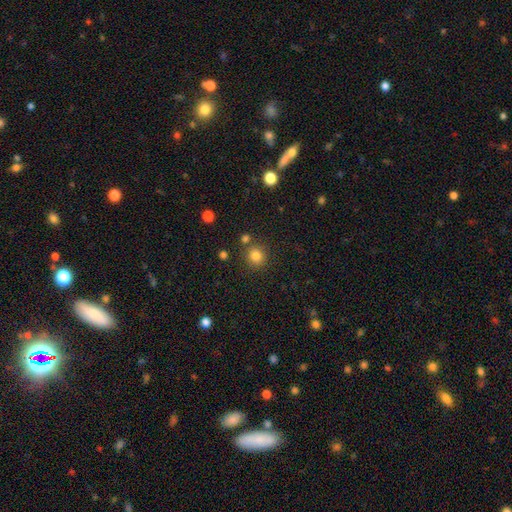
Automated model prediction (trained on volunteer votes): Smooth or featured: smooth — 82% (star or artifact — 13%)
How rounded: round — 87% (in between — 12%)
Merging: none — 79% (merger — 9%)